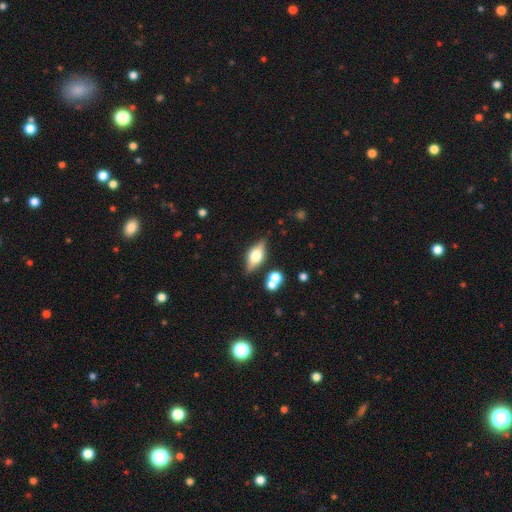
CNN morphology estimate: Smooth or featured? Predicted: featured or disk (p=0.52). Edge-on disk? Predicted: yes (p=0.88). Merging? Predicted: none (p=0.79).